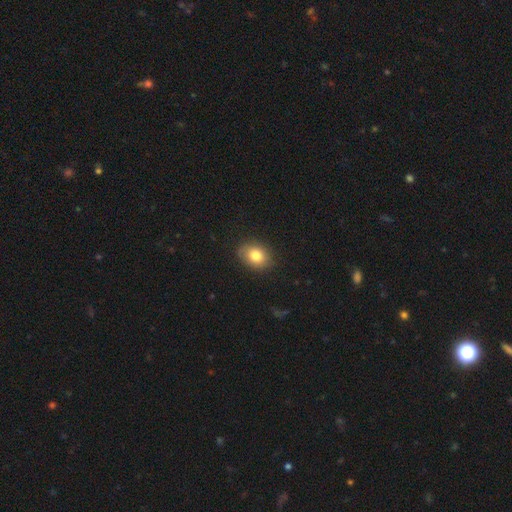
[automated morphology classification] Smooth or featured? Predicted: smooth (p=0.81). How rounded? Predicted: in between (p=0.69). Merging? Predicted: none (p=0.85).